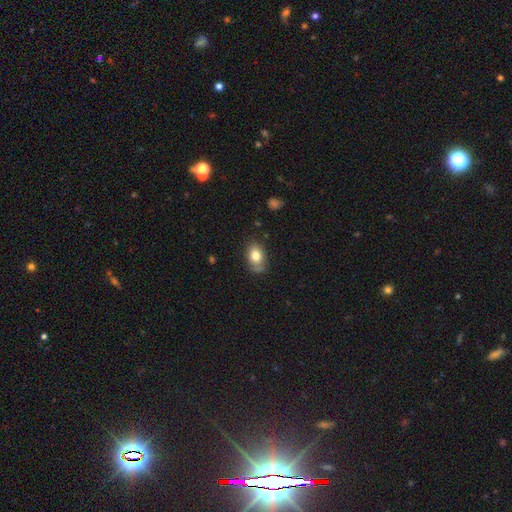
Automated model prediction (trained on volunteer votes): Q: Smooth or featured?
A: smooth (79%); runner-up: featured or disk (12%)
Q: How rounded?
A: in between (73%); runner-up: round (26%)
Q: Merging?
A: none (67%); runner-up: minor disturbance (23%)